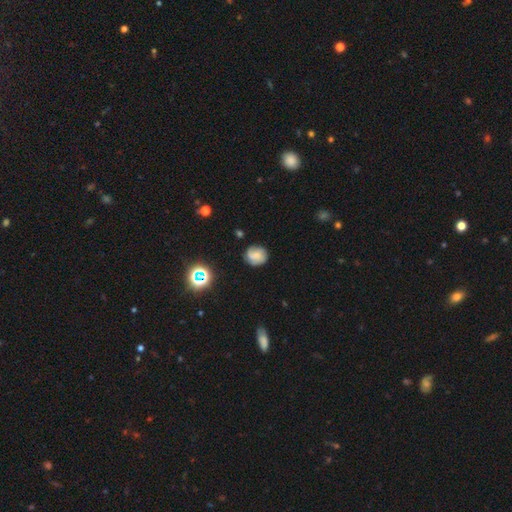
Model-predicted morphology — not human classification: A smooth galaxy with no disk features (55%) that is round (77%).

Vote fractions:
- Smooth or featured? smooth: 55% / featured or disk: 32% / star or artifact: 13%
- How rounded? round: 77% / in between: 22% / cigar-shaped: 1%
- Merging? none: 77% / minor disturbance: 17% / major disturbance: 4% / merger: 2%